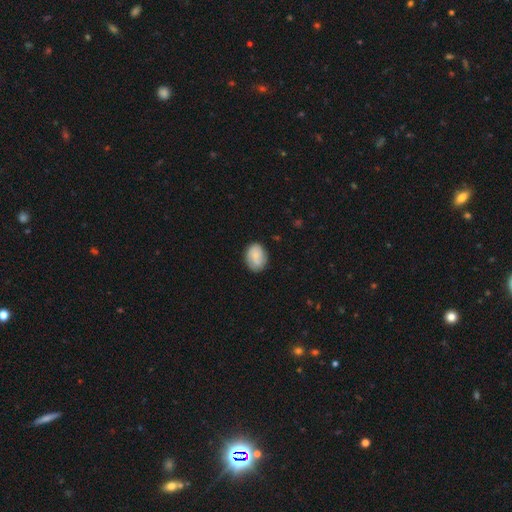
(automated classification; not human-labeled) Smooth or featured? smooth (65%)
How rounded? in between (66%)
Merging? none (79%)